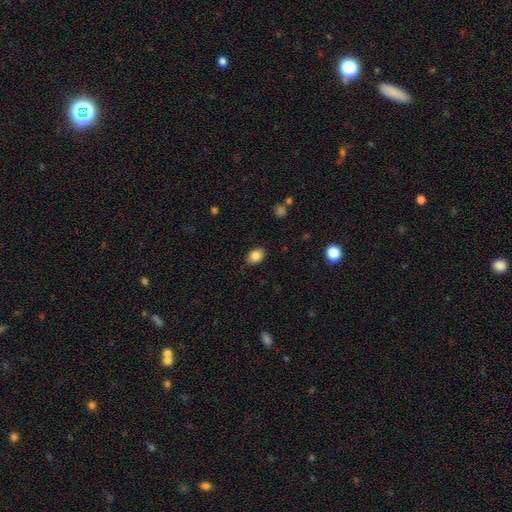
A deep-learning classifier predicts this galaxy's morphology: This is clearly a smooth galaxy (85%). How rounded: likely in between (74%). Merging: clearly none (85%).